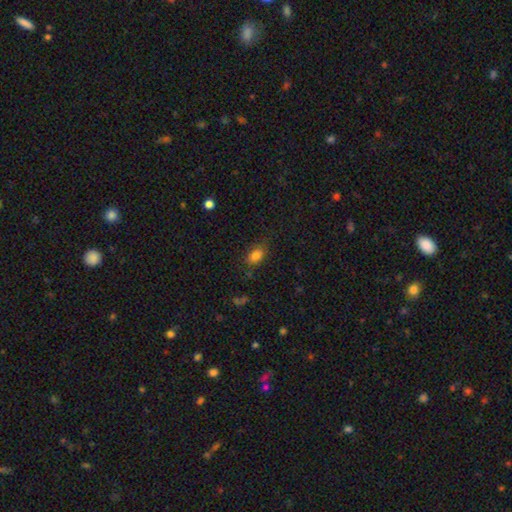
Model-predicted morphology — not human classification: A smooth galaxy with no disk features (81%) that is in between round and cigar-shaped (82%).

Vote fractions:
- Smooth or featured? smooth: 81% / star or artifact: 11% / featured or disk: 7%
- How rounded? in between: 82% / round: 15% / cigar-shaped: 3%
- Merging? none: 74% / minor disturbance: 18% / major disturbance: 5% / merger: 3%